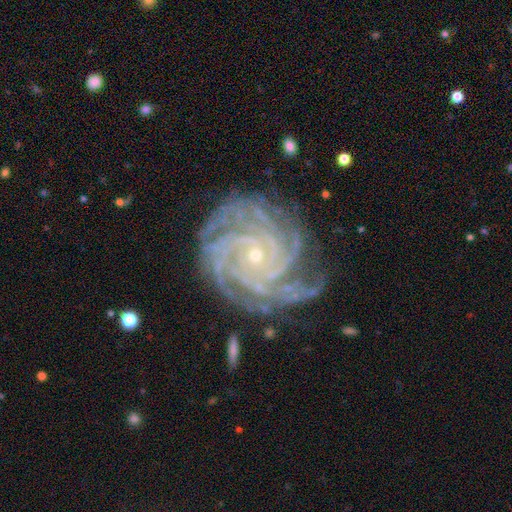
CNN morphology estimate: The model was most divided on "spiral arm count": more than 4: 33%, 4: 28%, can't tell: 12%, 3: 11%, 2: 8%, 1: 8%. More confident: spiral arms — yes (99%); edge-on disk — no (98%); smooth or featured — featured or disk (91%); spiral winding — tight (83%); bulge size — small (83%); merging — none (77%); bar — no (69%).